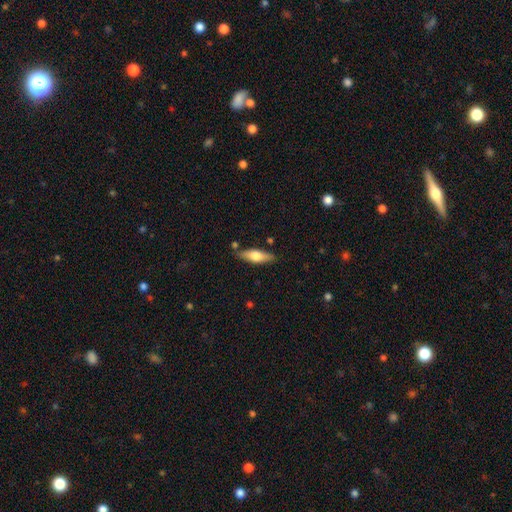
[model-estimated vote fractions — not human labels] Smooth or featured?
  - smooth: 60% *
  - featured or disk: 35%
  - star or artifact: 6%
How rounded?
  - cigar-shaped: 49% *
  - in between: 48%
  - round: 2%
Merging?
  - none: 81% *
  - minor disturbance: 12%
  - merger: 4%
  - major disturbance: 3%